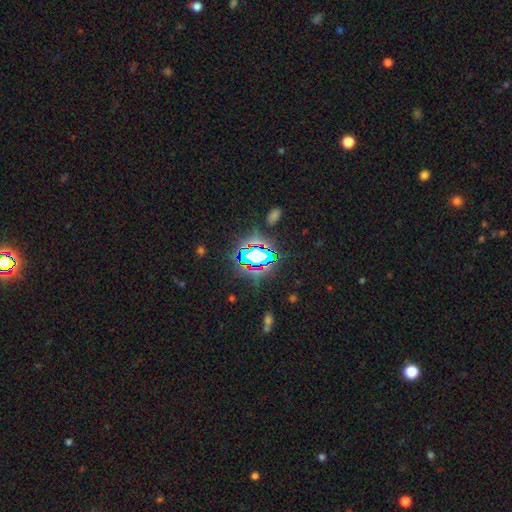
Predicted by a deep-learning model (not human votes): Morphology: type=star or artifact (69%).